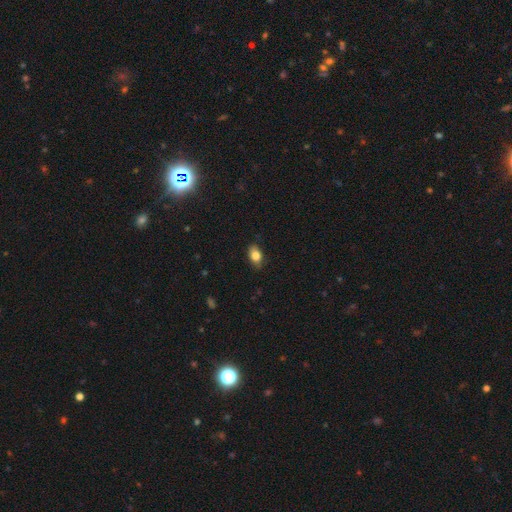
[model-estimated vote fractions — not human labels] A smooth galaxy with no disk features (81%) that is in between round and cigar-shaped (84%).

Vote fractions:
- Smooth or featured? smooth: 81% / featured or disk: 11% / star or artifact: 8%
- How rounded? in between: 84% / round: 13% / cigar-shaped: 3%
- Merging? none: 81% / minor disturbance: 15% / major disturbance: 3% / merger: 1%